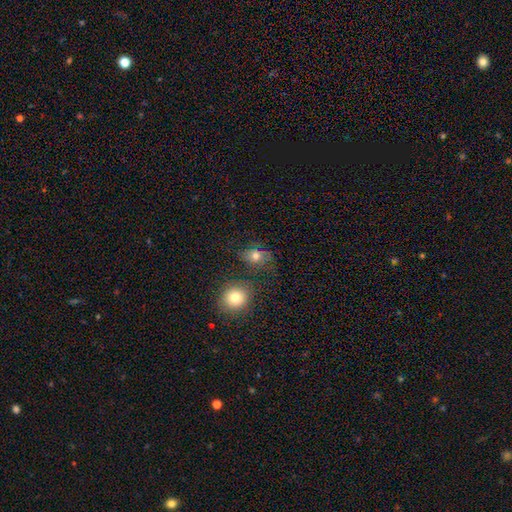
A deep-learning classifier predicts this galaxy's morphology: Overall: smooth (69%). How rounded: round (56%; in between 43%). Merging: none (64%).